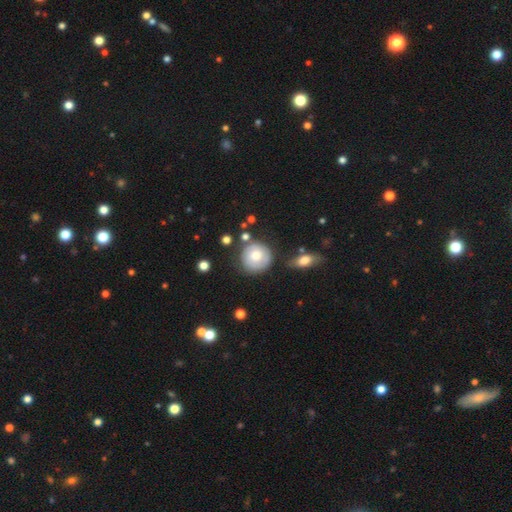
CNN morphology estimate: Smooth or featured? smooth (62%)
How rounded? round (91%)
Merging? none (71%)